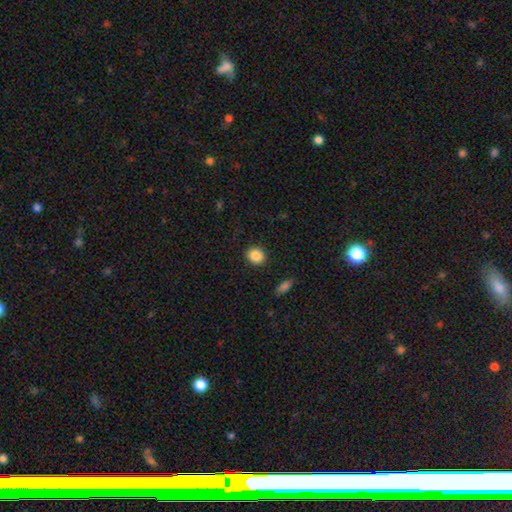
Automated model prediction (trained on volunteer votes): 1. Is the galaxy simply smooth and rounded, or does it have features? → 86% smooth, 9% star or artifact, 5% featured or disk.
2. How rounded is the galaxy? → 81% round, 18% in between, 1% cigar-shaped.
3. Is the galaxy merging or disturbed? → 91% none, 6% minor disturbance, 2% major disturbance, 1% merger.